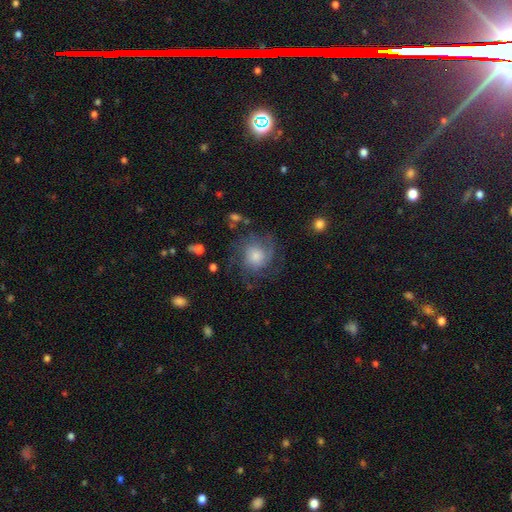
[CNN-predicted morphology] This appears to be a featured or disk galaxy (66%) with no bar (77%), tight (49%) spiral arms (92%) and a moderate central bulge (47%). Merging: none (72%).